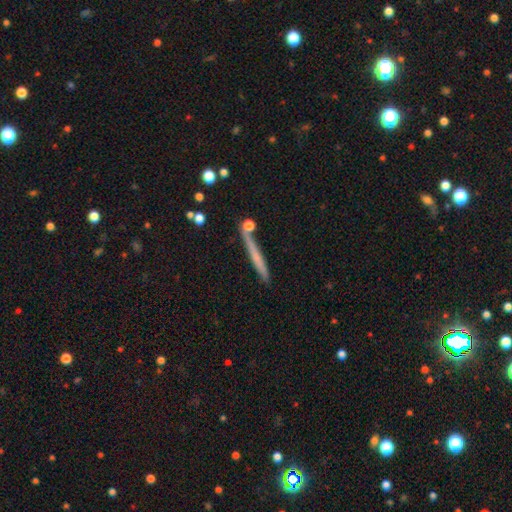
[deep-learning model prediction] A smooth galaxy with no disk features (54%) that is cigar-shaped (96%).

Vote fractions:
- Smooth or featured? smooth: 54% / featured or disk: 38% / star or artifact: 8%
- How rounded? cigar-shaped: 96% / in between: 2% / round: 2%
- Merging? none: 80% / minor disturbance: 12% / merger: 5% / major disturbance: 3%